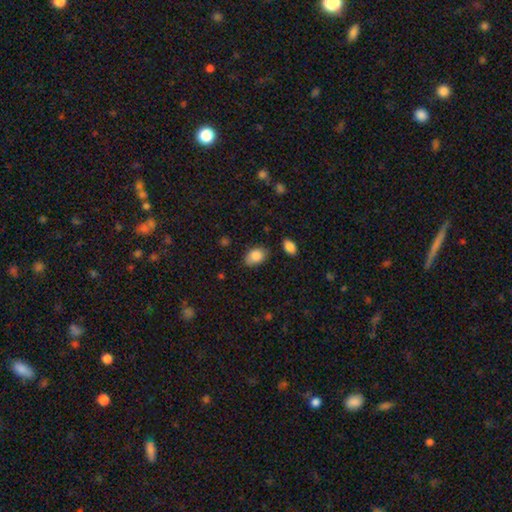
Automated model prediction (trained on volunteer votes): Morphology: type=smooth (85%); roundness=in between (82%); merging=none (72%).